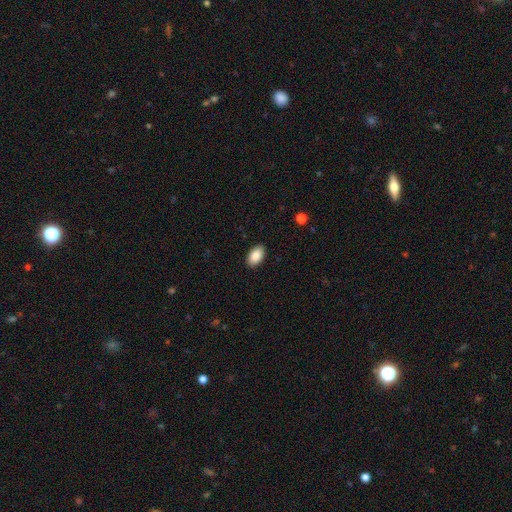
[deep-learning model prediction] A smooth galaxy with no disk features (88%) that is in between round and cigar-shaped (93%). Merging: none (90%).